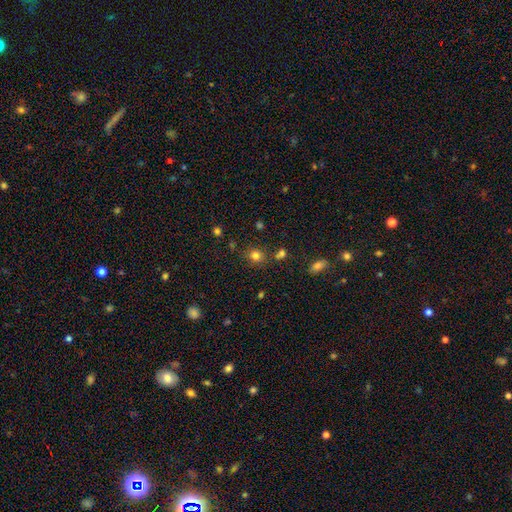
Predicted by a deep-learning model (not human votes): smooth-or-featured: smooth: 79% | star or artifact: 15% | featured or disk: 6%
  how-rounded: round: 72% | in between: 27% | cigar-shaped: 1%
  merging: none: 77% | minor disturbance: 12% | merger: 7% | major disturbance: 4%